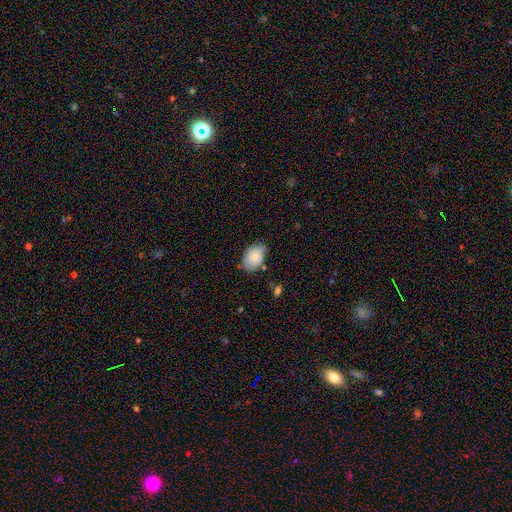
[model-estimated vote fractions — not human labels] Q: Smooth or featured?
A: smooth (76%); runner-up: featured or disk (17%)
Q: How rounded?
A: in between (82%); runner-up: round (16%)
Q: Merging?
A: none (63%); runner-up: minor disturbance (29%)